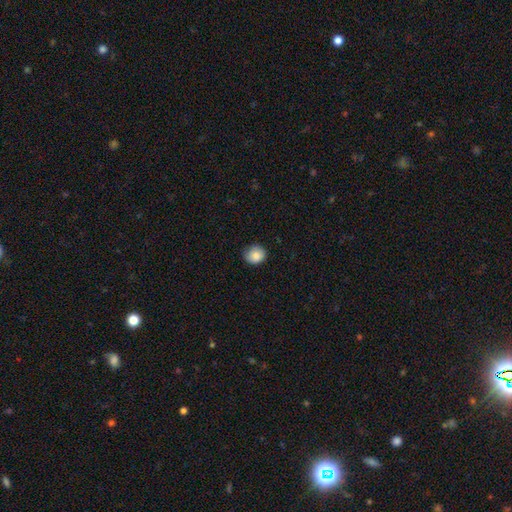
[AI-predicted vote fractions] Smooth or featured: smooth — 86% (star or artifact — 8%)
How rounded: round — 78% (in between — 21%)
Merging: none — 73% (minor disturbance — 23%)